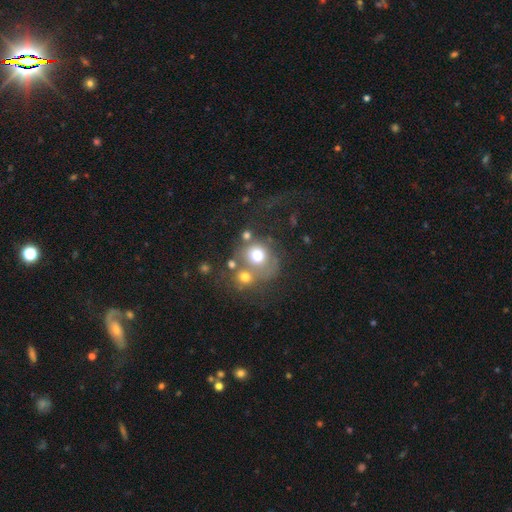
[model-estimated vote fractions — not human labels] This appears to be a smooth galaxy with no disk features (47%). Merging: merger (37%).